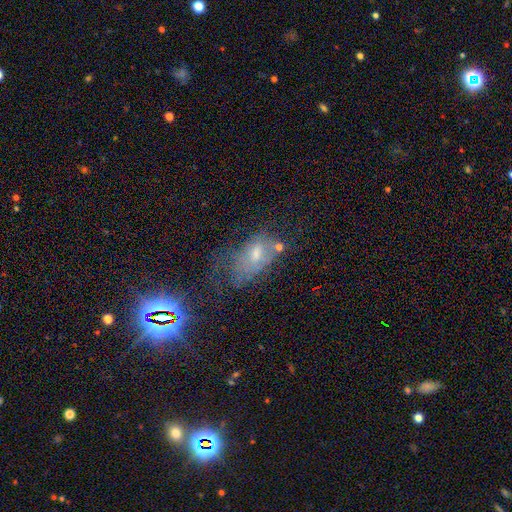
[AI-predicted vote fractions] This appears to be a featured or disk galaxy (38%). Merging: none (33%).